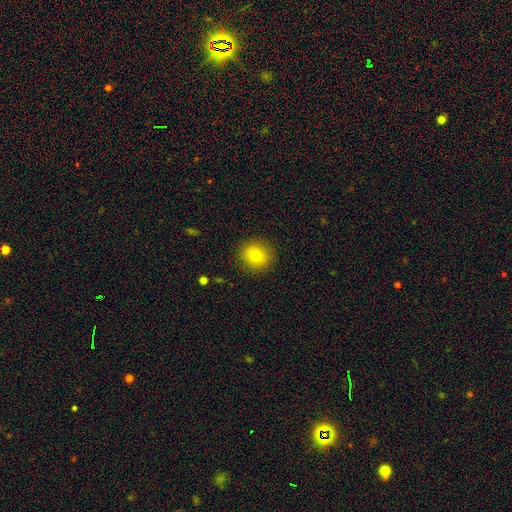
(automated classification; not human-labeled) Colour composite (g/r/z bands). It shows a smooth galaxy with no disk features (78%) that is round (88%). Merging: none (90%).